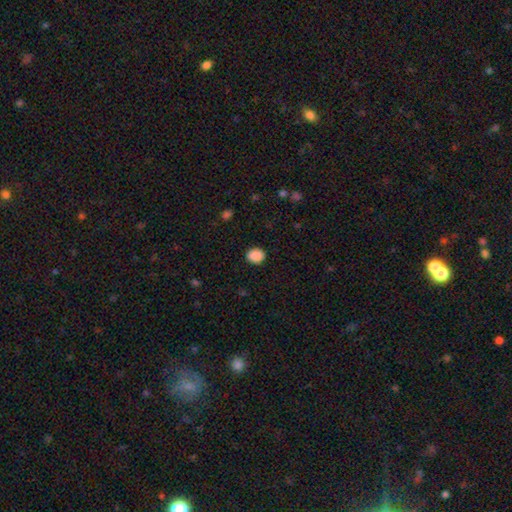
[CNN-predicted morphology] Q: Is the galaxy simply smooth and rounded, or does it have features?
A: smooth — 89%.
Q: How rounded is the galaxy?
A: round — 57%.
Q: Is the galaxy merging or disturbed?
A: none — 87%.